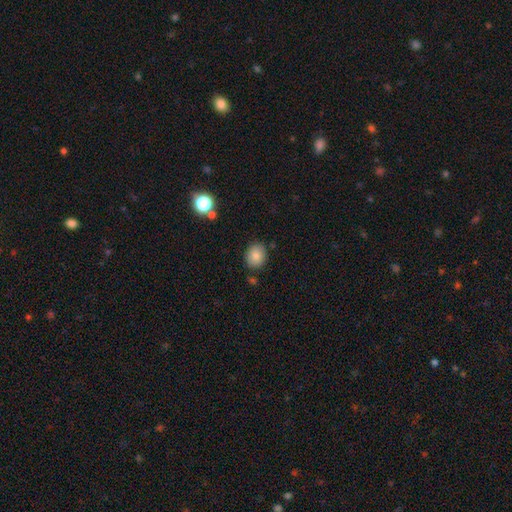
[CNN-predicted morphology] Smooth or featured? smooth (83%)
How rounded? round (59%)
Merging? none (83%)